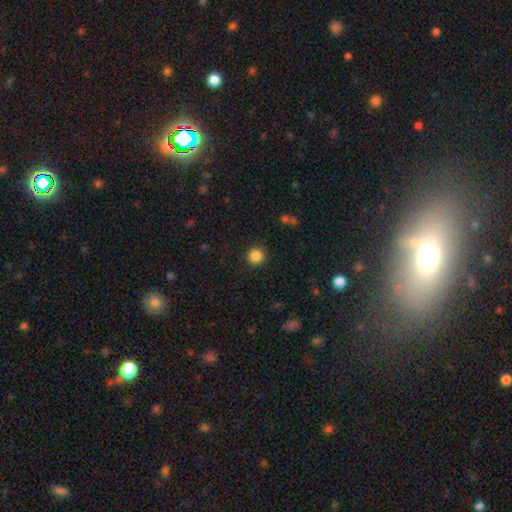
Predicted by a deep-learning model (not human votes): Smooth or featured? smooth (86%)
How rounded? round (95%)
Merging? none (92%)